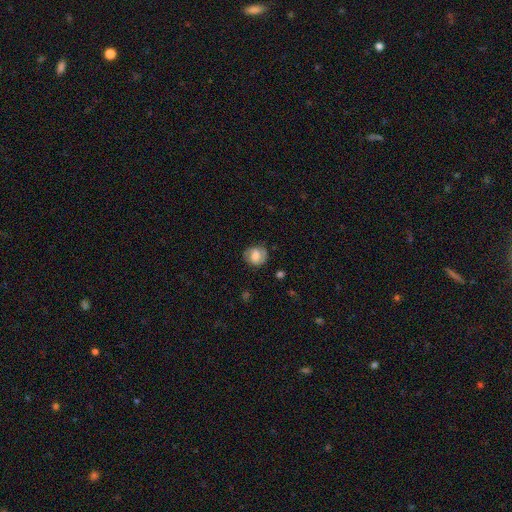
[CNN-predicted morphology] A featured or disk galaxy (47%).

Vote fractions:
- Smooth or featured? featured or disk: 47% / smooth: 45% / star or artifact: 8%
- Merging? none: 75% / minor disturbance: 18% / major disturbance: 6% / merger: 1%